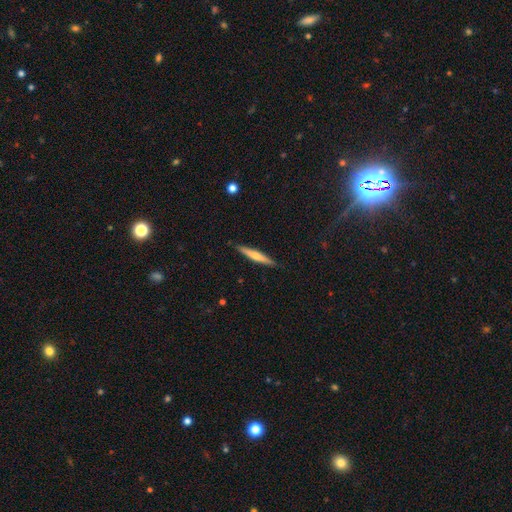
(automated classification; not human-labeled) Smooth or featured?
  - smooth: 48% *
  - featured or disk: 47%
  - star or artifact: 5%
Merging?
  - none: 90% *
  - minor disturbance: 8%
  - major disturbance: 1%
  - merger: 1%